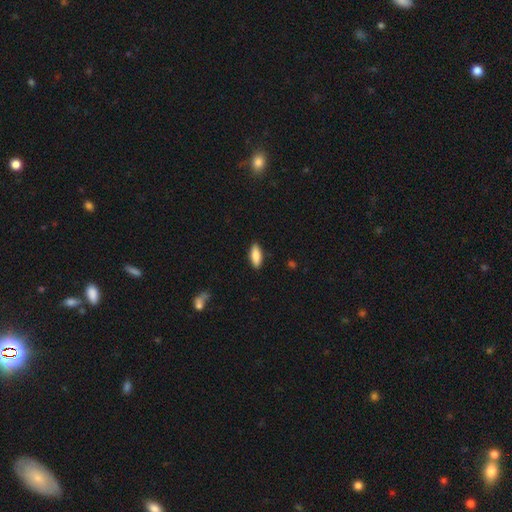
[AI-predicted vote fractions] smooth-or-featured: smooth: 87% | featured or disk: 7% | star or artifact: 6%
  how-rounded: in between: 79% | cigar-shaped: 19% | round: 2%
  merging: none: 89% | minor disturbance: 9% | major disturbance: 2% | merger: 1%